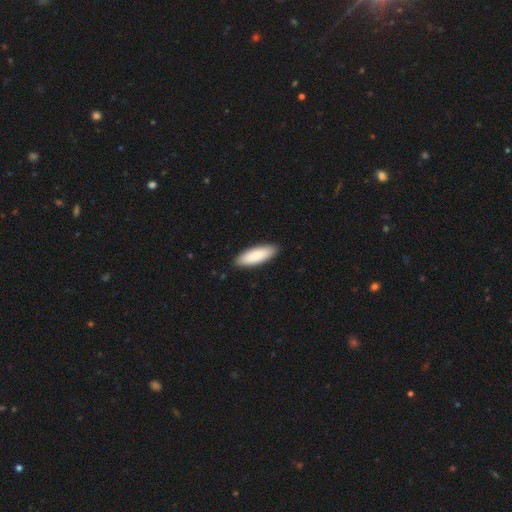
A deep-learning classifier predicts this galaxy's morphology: A smooth galaxy with no disk features (89%) that is in between round and cigar-shaped (60%). Merging: none (90%).